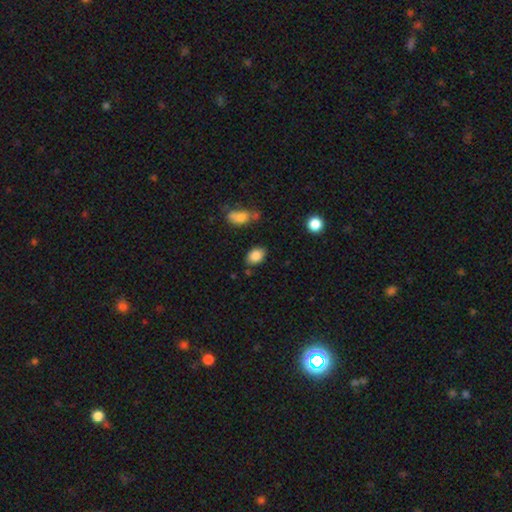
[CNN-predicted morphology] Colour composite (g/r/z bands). It shows a smooth galaxy with no disk features (86%) that is in between round and cigar-shaped (82%). Merging: none (78%).